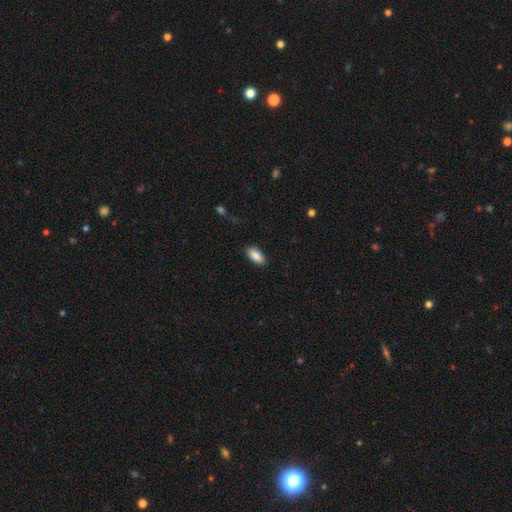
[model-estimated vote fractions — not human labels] Q: Smooth or featured?
A: smooth (89%); runner-up: star or artifact (7%)
Q: How rounded?
A: in between (91%); runner-up: cigar-shaped (7%)
Q: Merging?
A: none (88%); runner-up: minor disturbance (8%)